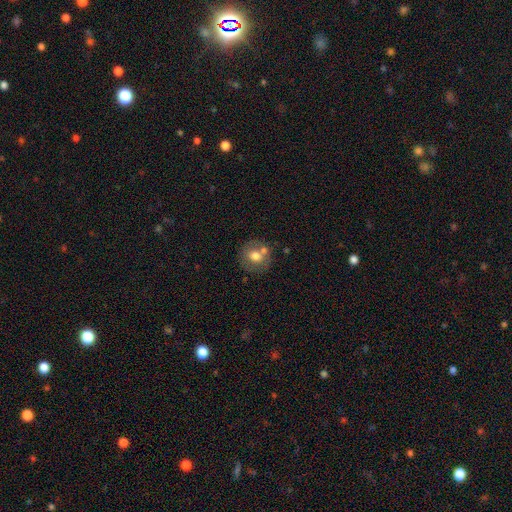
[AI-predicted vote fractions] smooth_or_featured: smooth (p=0.63) [alt: featured or disk p=0.28]
how_rounded: round (p=0.85) [alt: in between p=0.14]
merging: none (p=0.64) [alt: merger p=0.19]